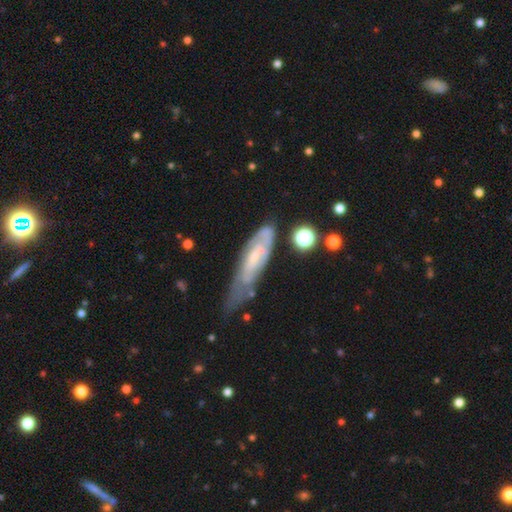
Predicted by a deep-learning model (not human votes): Smooth or featured? featured or disk (68%)
Edge-on disk? no (74%)
Bar? no (53%)
Spiral arms? yes (82%)
Bulge size? small (55%)
Merging? none (47%)